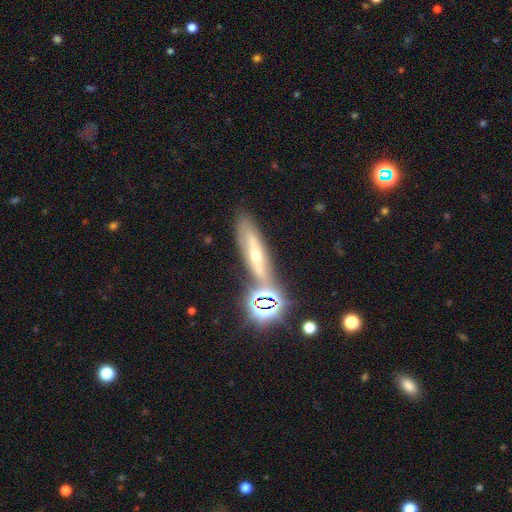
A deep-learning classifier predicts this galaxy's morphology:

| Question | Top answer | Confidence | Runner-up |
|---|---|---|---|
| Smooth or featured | featured or disk | 42% | star or artifact (31%) |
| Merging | none | 73% | minor disturbance (13%) |